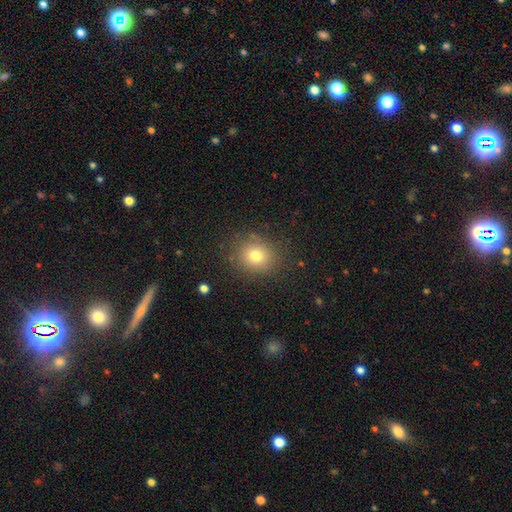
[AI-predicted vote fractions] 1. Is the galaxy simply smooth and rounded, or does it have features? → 76% smooth, 14% star or artifact, 10% featured or disk.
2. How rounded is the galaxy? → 77% round, 22% in between, 1% cigar-shaped.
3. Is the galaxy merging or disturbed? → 83% none, 11% minor disturbance, 4% major disturbance, 1% merger.